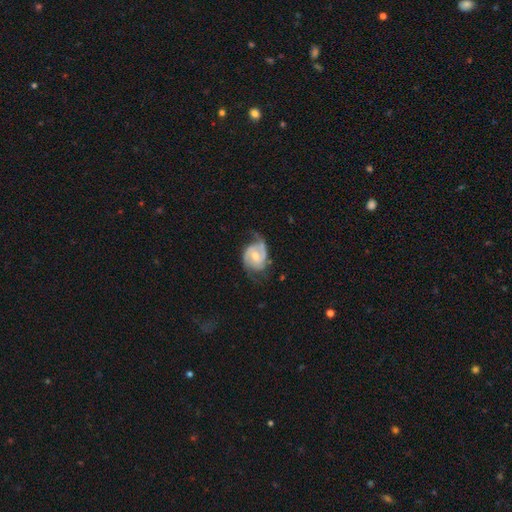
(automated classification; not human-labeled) A featured or disk galaxy (84%) with no bar (49%), 2 (78%) medium (44%) spiral arms (94%) and a moderate central bulge (66%).

Vote fractions:
- Smooth or featured? featured or disk: 84% / smooth: 11% / star or artifact: 5%
- Edge-on disk? no: 97% / yes: 3%
- Bar? no: 49% / weak: 40% / strong: 11%
- Spiral arms? yes: 94% / no: 6%
- Spiral winding? medium: 44% / tight: 35% / loose: 22%
- Spiral arm count? 2: 78% / can't tell: 7% / 1: 7% / 3: 4% / 4: 1% / more than 4: 1%
- Bulge size? moderate: 66% / small: 28% / large: 4% / none: 1% / dominant: 1%
- Merging? none: 57% / minor disturbance: 25% / major disturbance: 16% / merger: 2%